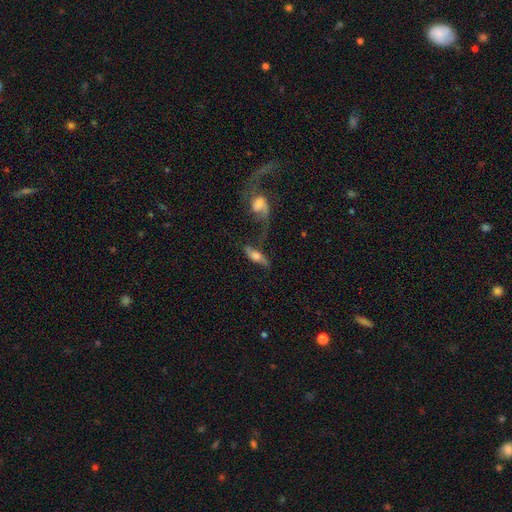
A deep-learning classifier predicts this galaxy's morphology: Q: Smooth or featured?
A: featured or disk (61%); runner-up: smooth (31%)
Q: Edge-on disk?
A: yes (53%); runner-up: no (47%)
Q: Merging?
A: none (38%); runner-up: merger (27%)